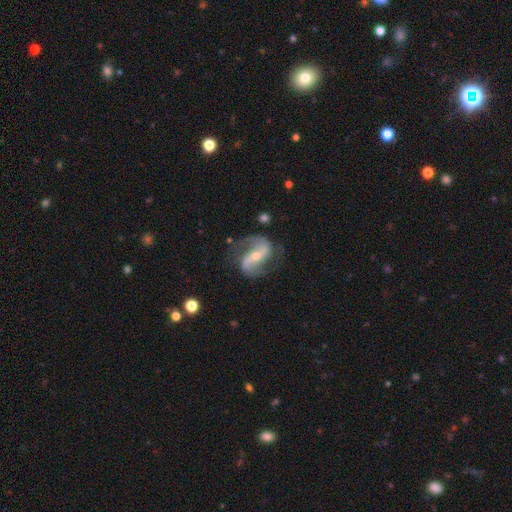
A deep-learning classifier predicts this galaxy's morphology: Q: Smooth or featured?
A: featured or disk (90%); runner-up: star or artifact (5%)
Q: Edge-on disk?
A: no (97%); runner-up: yes (3%)
Q: Bar?
A: strong (48%); runner-up: weak (30%)
Q: Spiral arms?
A: yes (97%); runner-up: no (3%)
Q: Spiral winding?
A: loose (47%); runner-up: medium (41%)
Q: Spiral arm count?
A: 2 (93%); runner-up: can't tell (2%)
Q: Bulge size?
A: small (55%); runner-up: moderate (41%)
Q: Merging?
A: none (76%); runner-up: minor disturbance (15%)